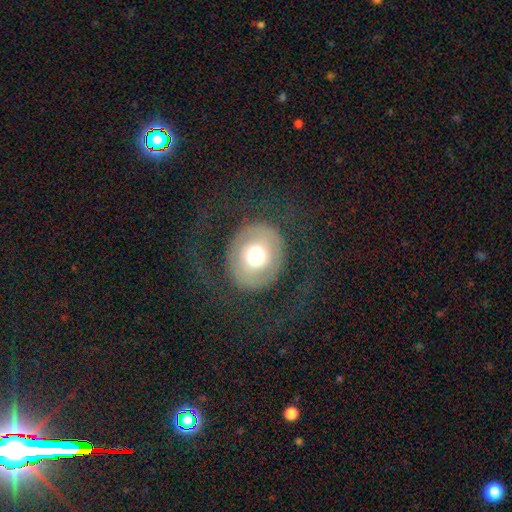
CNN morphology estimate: Smooth or featured?
  - smooth: 51% *
  - featured or disk: 39%
  - star or artifact: 10%
How rounded?
  - round: 80% *
  - in between: 19%
  - cigar-shaped: 1%
Merging?
  - none: 63% *
  - major disturbance: 23%
  - minor disturbance: 12%
  - merger: 2%